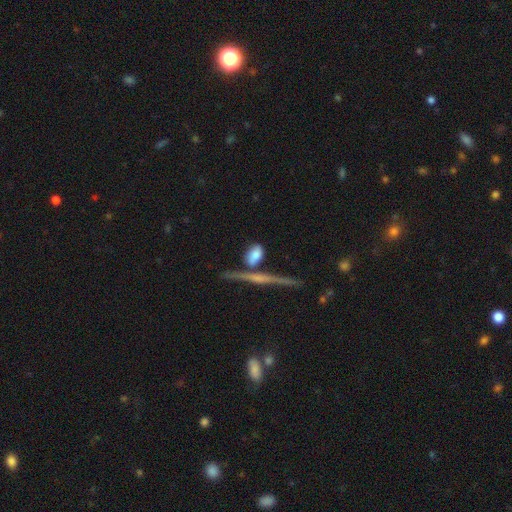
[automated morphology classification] This appears to be a smooth galaxy with no disk features (70%) that is in between round and cigar-shaped (74%). Merging: none (52%).